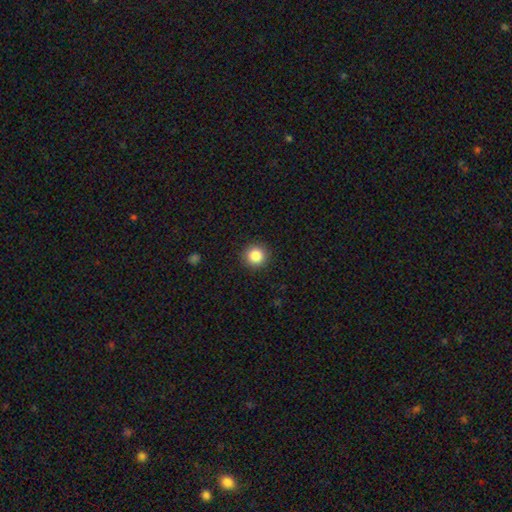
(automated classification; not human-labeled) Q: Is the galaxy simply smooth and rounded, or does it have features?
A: smooth — 85%.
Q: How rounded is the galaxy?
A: round — 95%.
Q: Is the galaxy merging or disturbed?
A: none — 92%.